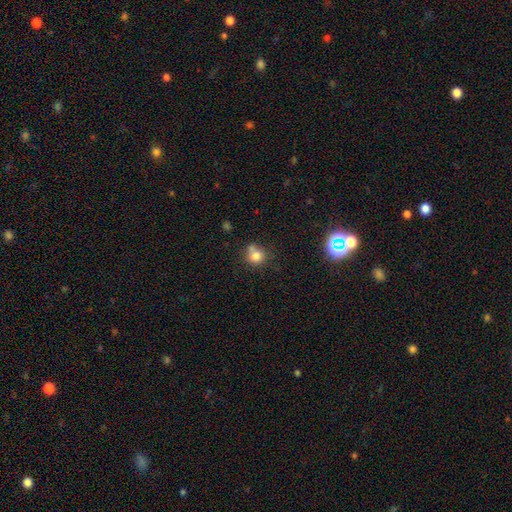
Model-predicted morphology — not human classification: Overall: smooth (78%). How rounded: round (85%). Merging: none (55%; merger 21%).